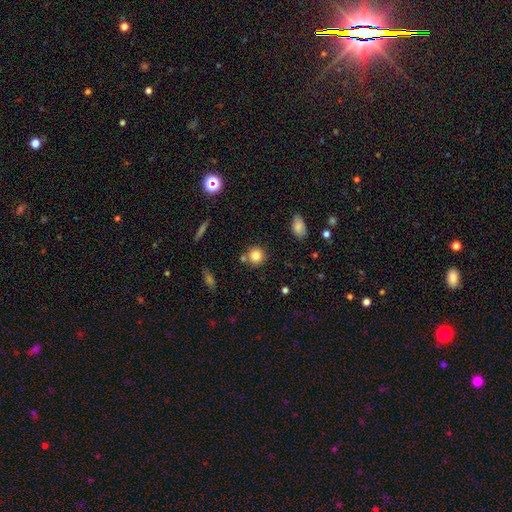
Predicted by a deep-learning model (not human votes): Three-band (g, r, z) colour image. It shows a smooth galaxy with no disk features (81%) that is round (90%). Merging: none (78%).